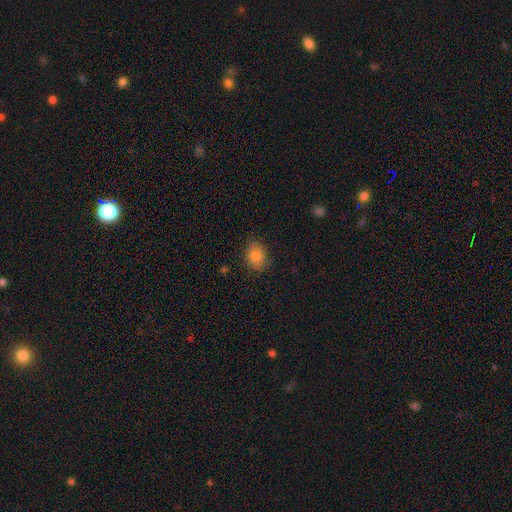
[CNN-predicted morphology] The model was most divided on "how rounded": in between: 58%, round: 41%, cigar-shaped: 1%. More confident: smooth or featured — smooth (84%); merging — none (79%).